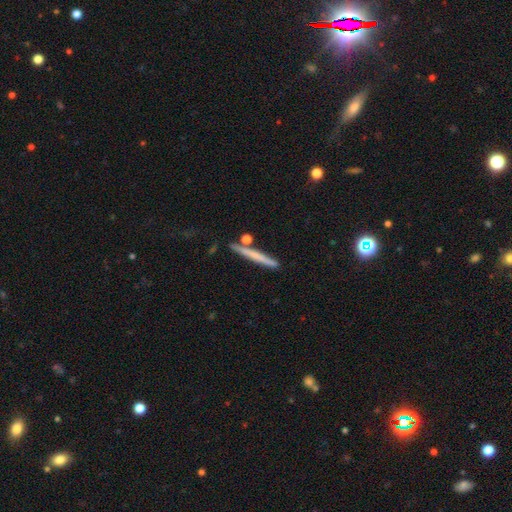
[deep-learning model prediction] smooth 52%, featured or disk 42%, star or artifact 6%. Down the decision tree: how rounded — cigar-shaped (96%); merging — none (82%).